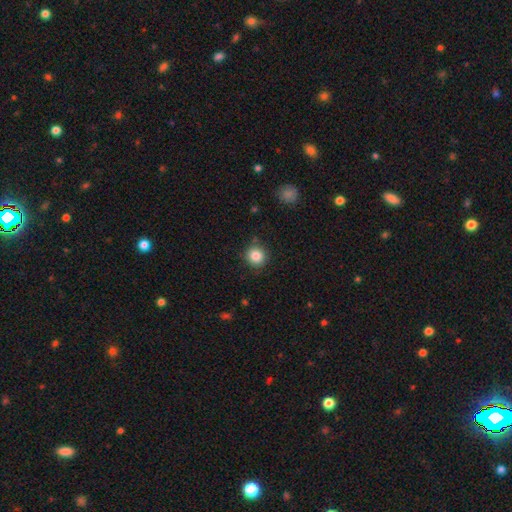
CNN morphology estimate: The model was most divided on "smooth or featured": smooth: 85%, star or artifact: 10%, featured or disk: 5%. More confident: how rounded — round (92%); merging — none (85%).